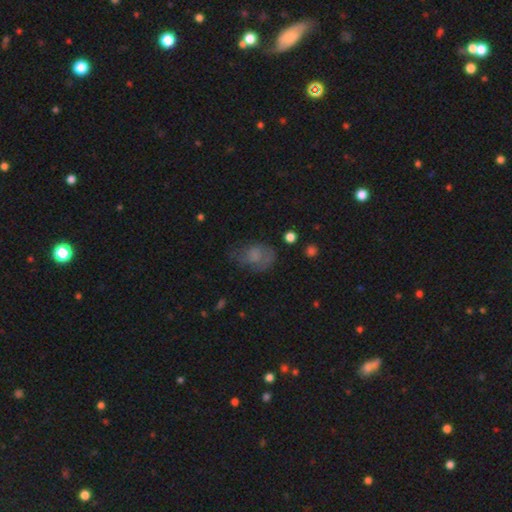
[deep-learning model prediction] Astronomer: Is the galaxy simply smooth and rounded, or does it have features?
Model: smooth — 60%.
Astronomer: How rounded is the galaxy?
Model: in between — 76%.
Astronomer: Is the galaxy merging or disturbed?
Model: none — 43% (runner-up: minor disturbance, 29%).